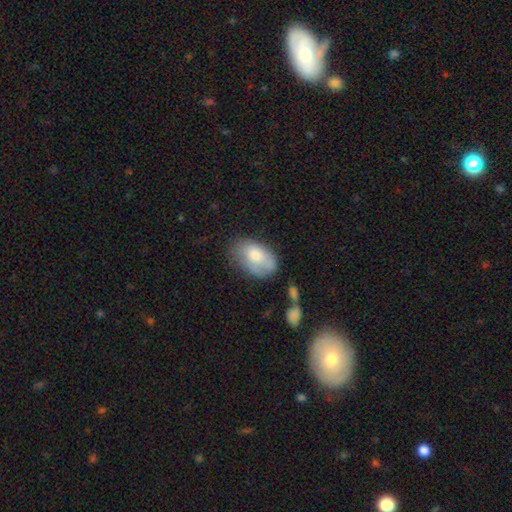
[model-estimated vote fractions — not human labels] A smooth galaxy with no disk features (72%) that is in between round and cigar-shaped (90%).

Vote fractions:
- Smooth or featured? smooth: 72% / featured or disk: 21% / star or artifact: 7%
- How rounded? in between: 90% / round: 9% / cigar-shaped: 1%
- Merging? none: 52% / minor disturbance: 30% / major disturbance: 11% / merger: 6%